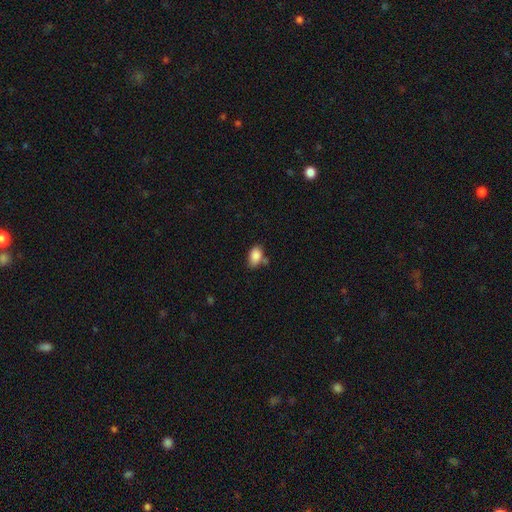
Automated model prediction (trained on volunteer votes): Smooth or featured? smooth (87%)
How rounded? in between (87%)
Merging? none (59%)